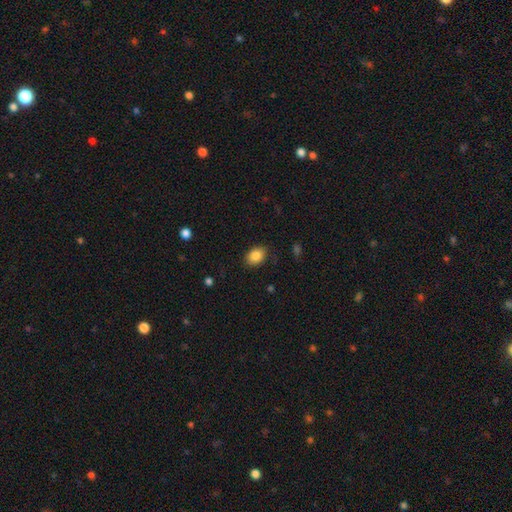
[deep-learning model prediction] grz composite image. It shows a smooth galaxy with no disk features (86%) that is in between round and cigar-shaped (70%). Merging: none (83%).